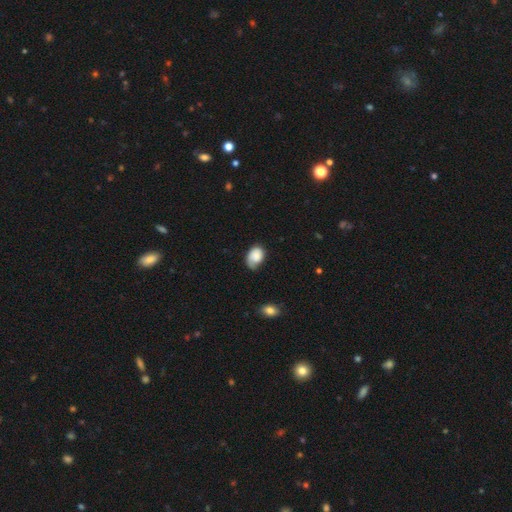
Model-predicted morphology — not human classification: smooth 74%, featured or disk 19%, star or artifact 7%. Down the decision tree: how rounded — in between (77%); merging — none (47%).